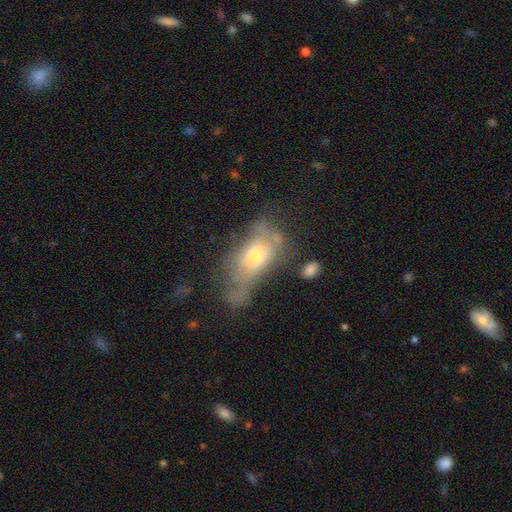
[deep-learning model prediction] Smooth or featured?
  - smooth: 52% *
  - featured or disk: 39%
  - star or artifact: 9%
How rounded?
  - in between: 84% *
  - cigar-shaped: 8%
  - round: 8%
Merging?
  - major disturbance: 44% *
  - minor disturbance: 23%
  - none: 22%
  - merger: 11%